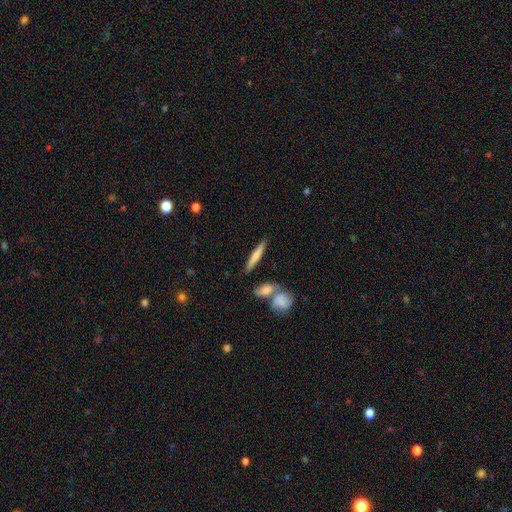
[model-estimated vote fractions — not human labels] A smooth galaxy with no disk features (66%) that is cigar-shaped (88%).

Vote fractions:
- Smooth or featured? smooth: 66% / featured or disk: 27% / star or artifact: 6%
- How rounded? cigar-shaped: 88% / in between: 10% / round: 2%
- Merging? none: 79% / merger: 9% / minor disturbance: 9% / major disturbance: 3%